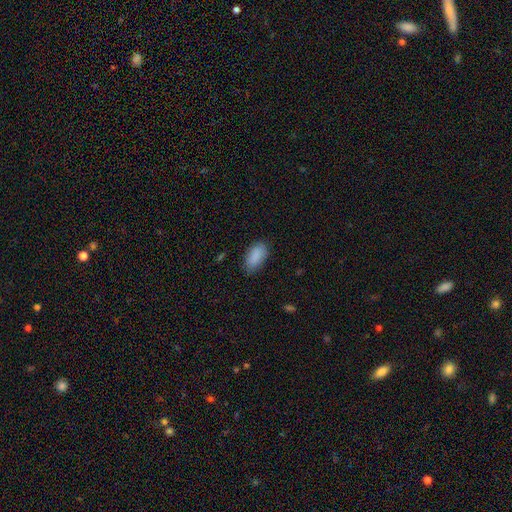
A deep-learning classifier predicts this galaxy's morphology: This is clearly a smooth galaxy (89%). How rounded: clearly in between (93%). Merging: likely none (78%).